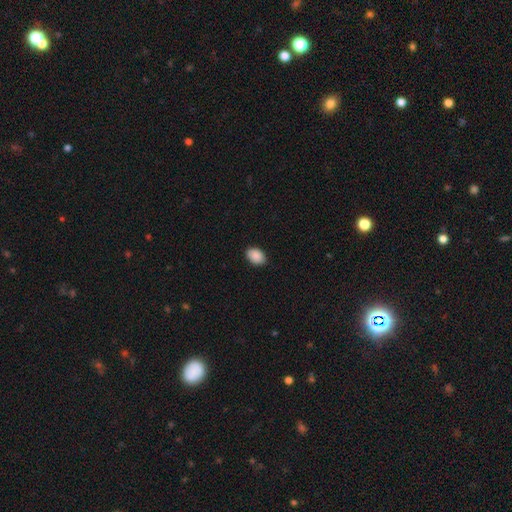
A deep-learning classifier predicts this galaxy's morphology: The model was most divided on "how rounded": in between: 83%, round: 16%, cigar-shaped: 1%. More confident: smooth or featured — smooth (90%); merging — none (87%).